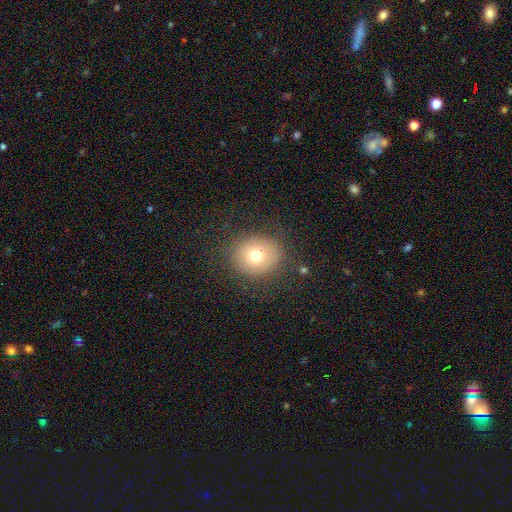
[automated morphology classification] This is likely a smooth galaxy (71%). How rounded: likely round (78%). Merging: clearly none (82%).